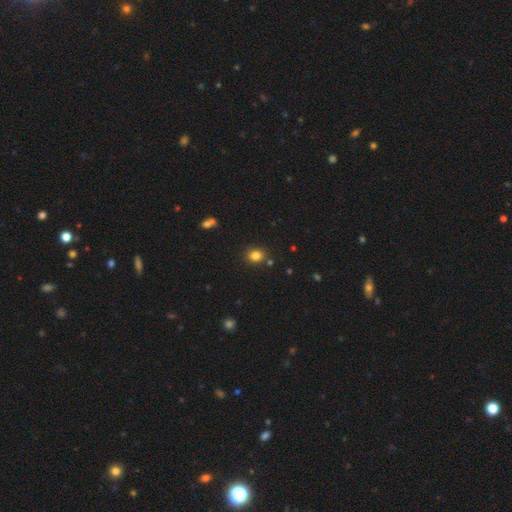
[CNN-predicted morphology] Smooth or featured? smooth (82%)
How rounded? round (74%)
Merging? none (84%)